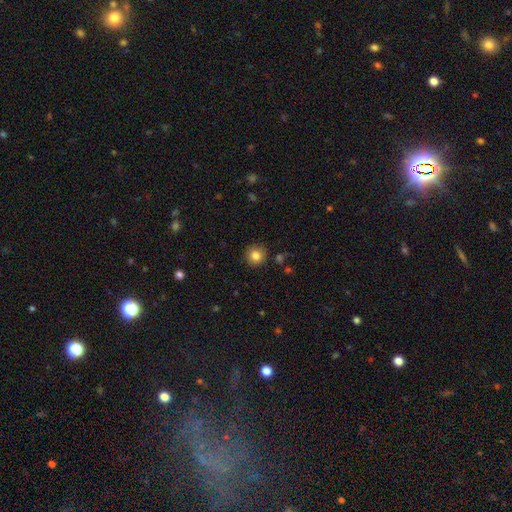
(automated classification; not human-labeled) Smooth or featured?
  - smooth: 84% *
  - star or artifact: 10%
  - featured or disk: 6%
How rounded?
  - round: 93% *
  - in between: 6%
  - cigar-shaped: 1%
Merging?
  - none: 90% *
  - minor disturbance: 6%
  - major disturbance: 2%
  - merger: 1%